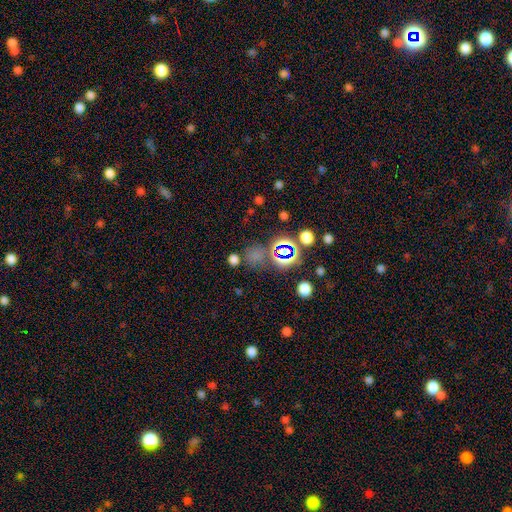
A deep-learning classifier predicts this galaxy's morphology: This is possibly a smooth galaxy (50%). Merging: likely none (68%).